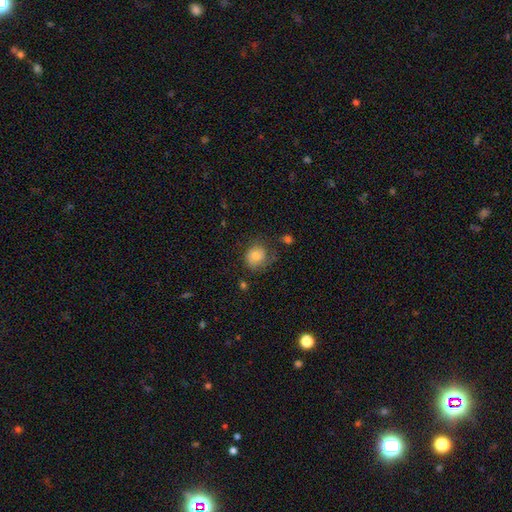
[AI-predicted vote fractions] smooth_or_featured: smooth (p=0.70) [alt: featured or disk p=0.20]
how_rounded: round (p=0.73) [alt: in between p=0.27]
merging: none (p=0.59) [alt: minor disturbance p=0.26]